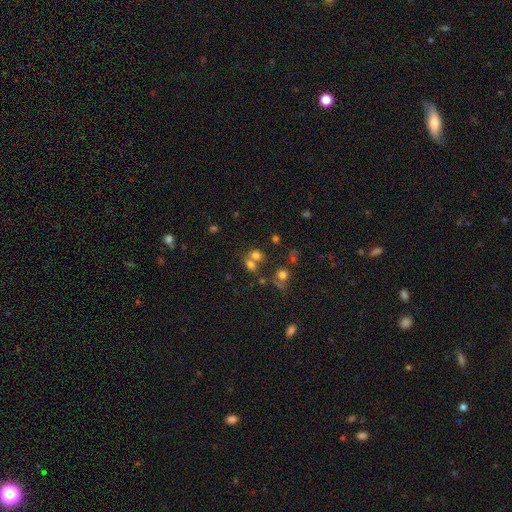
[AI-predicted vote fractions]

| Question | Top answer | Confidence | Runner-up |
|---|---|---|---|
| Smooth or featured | smooth | 69% | star or artifact (19%) |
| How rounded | round | 60% | in between (38%) |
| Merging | merger | 45% | none (41%) |